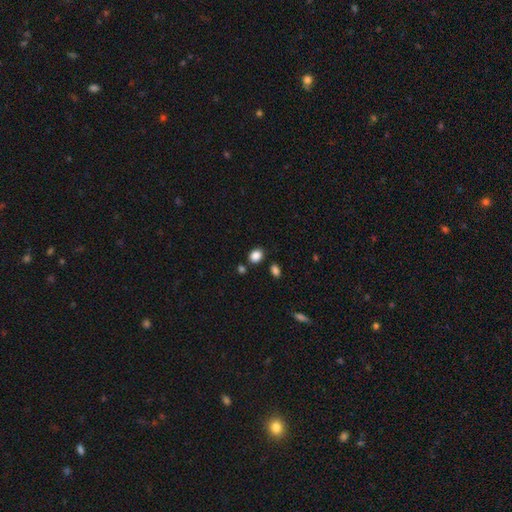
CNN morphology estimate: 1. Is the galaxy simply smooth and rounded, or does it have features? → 86% smooth, 10% star or artifact, 4% featured or disk.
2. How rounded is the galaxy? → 55% in between, 44% round, 1% cigar-shaped.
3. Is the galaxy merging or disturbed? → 82% none, 9% minor disturbance, 6% merger, 3% major disturbance.